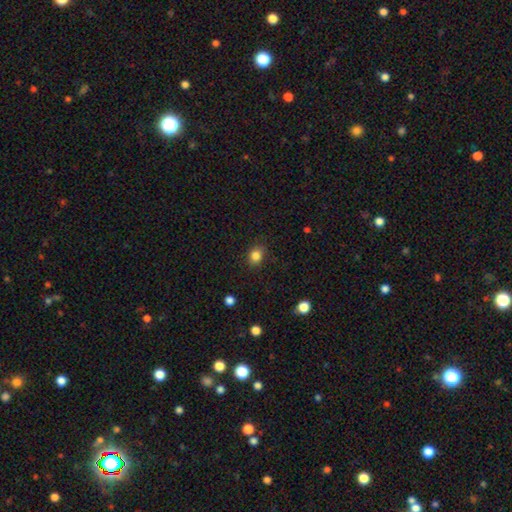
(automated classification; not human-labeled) Morphology: type=smooth (84%); roundness=round (56%); merging=none (83%).